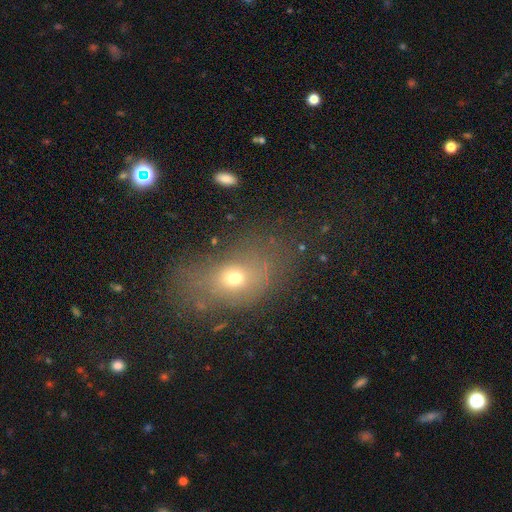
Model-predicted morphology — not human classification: This appears to be a smooth galaxy with no disk features (61%) that is in between round and cigar-shaped (73%). Merging: none (59%).